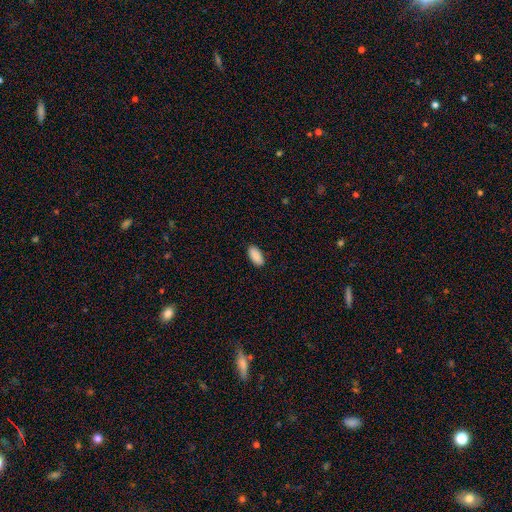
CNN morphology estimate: Smooth or featured?
  - smooth: 91% *
  - star or artifact: 7%
  - featured or disk: 3%
How rounded?
  - in between: 94% *
  - cigar-shaped: 4%
  - round: 2%
Merging?
  - none: 89% *
  - minor disturbance: 8%
  - major disturbance: 2%
  - merger: 1%